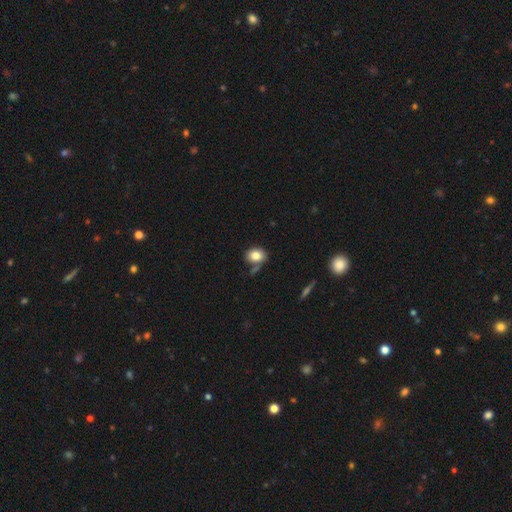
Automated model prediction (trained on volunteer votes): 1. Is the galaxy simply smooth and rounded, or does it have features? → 82% smooth, 9% star or artifact, 9% featured or disk.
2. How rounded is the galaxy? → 58% in between, 41% round, 1% cigar-shaped.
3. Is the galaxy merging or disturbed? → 65% none, 18% minor disturbance, 12% merger, 6% major disturbance.